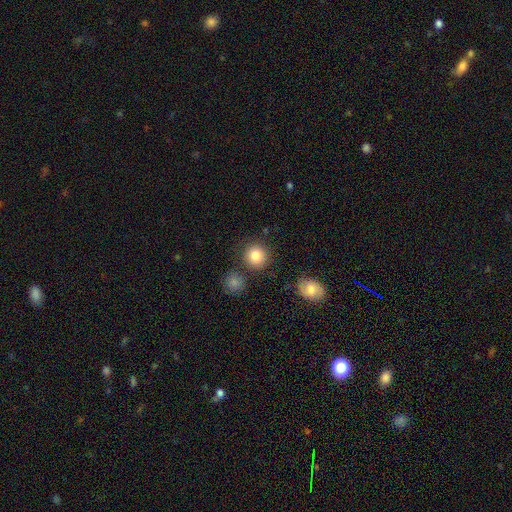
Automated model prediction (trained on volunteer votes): Smooth or featured?
  - smooth: 85% *
  - star or artifact: 9%
  - featured or disk: 6%
How rounded?
  - round: 91% *
  - in between: 8%
  - cigar-shaped: 1%
Merging?
  - none: 83% *
  - minor disturbance: 8%
  - merger: 5%
  - major disturbance: 3%